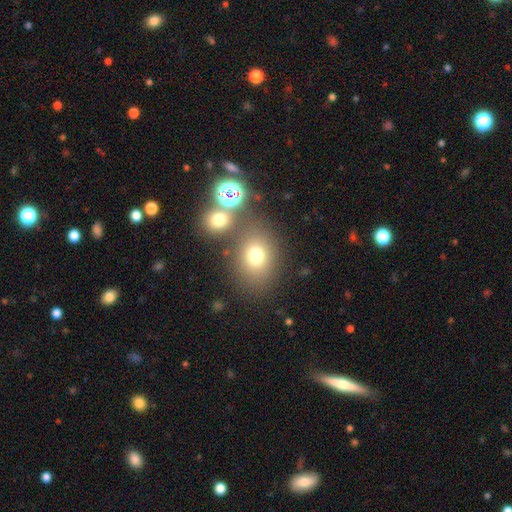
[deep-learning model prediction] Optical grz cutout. It shows a smooth galaxy with no disk features (73%) that is round (55%). Merging: none (67%).